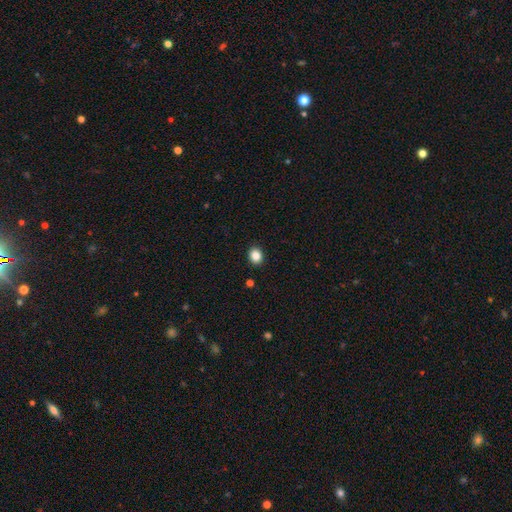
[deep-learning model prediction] This is clearly a smooth galaxy (86%). How rounded: possibly round (59%). Merging: clearly none (91%).